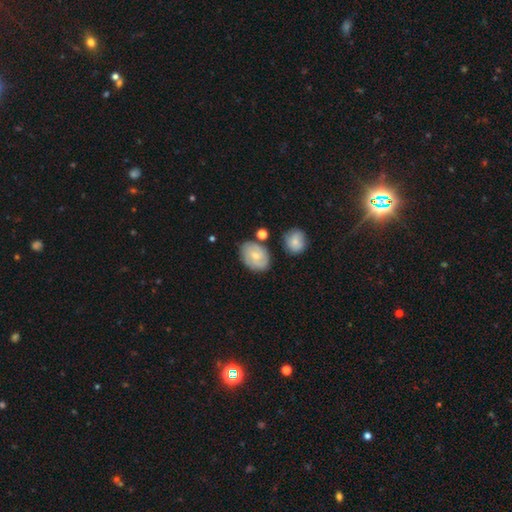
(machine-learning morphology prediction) Smooth or featured?
  - featured or disk: 50% *
  - smooth: 43%
  - star or artifact: 7%
Edge-on disk?
  - no: 96% *
  - yes: 4%
Merging?
  - none: 73% *
  - minor disturbance: 16%
  - merger: 7%
  - major disturbance: 4%